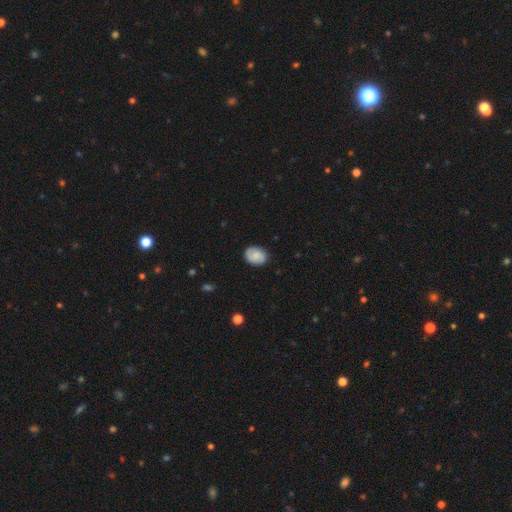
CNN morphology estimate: Smooth or featured: smooth — 65% (featured or disk — 27%)
How rounded: in between — 60% (round — 39%)
Merging: none — 83% (minor disturbance — 13%)